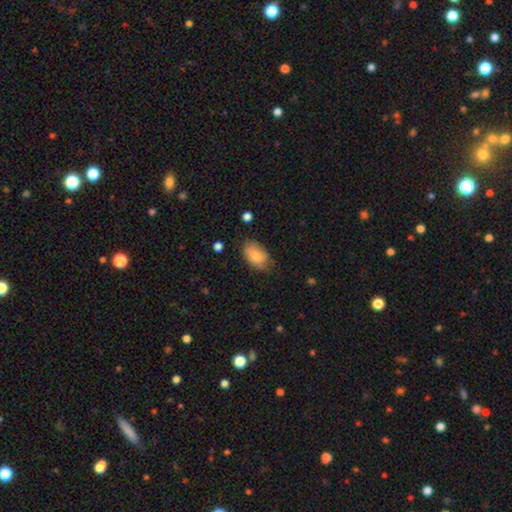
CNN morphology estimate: type=smooth (81%); roundness=in between (91%); merging=none (68%).